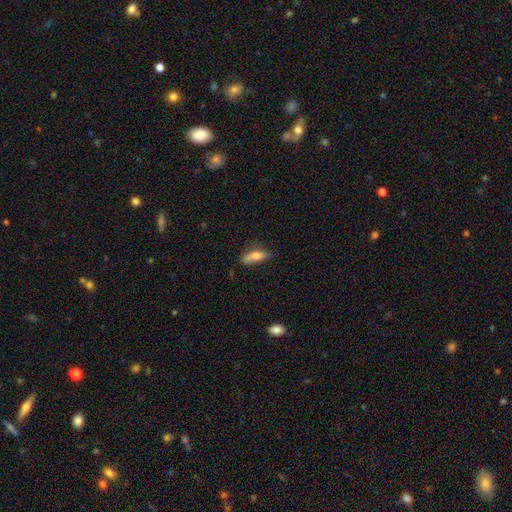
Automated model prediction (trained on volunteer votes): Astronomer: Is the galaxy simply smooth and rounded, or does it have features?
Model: smooth — 71%.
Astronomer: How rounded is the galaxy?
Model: in between — 63%.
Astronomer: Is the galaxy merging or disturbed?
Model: none — 52% (runner-up: minor disturbance, 29%).